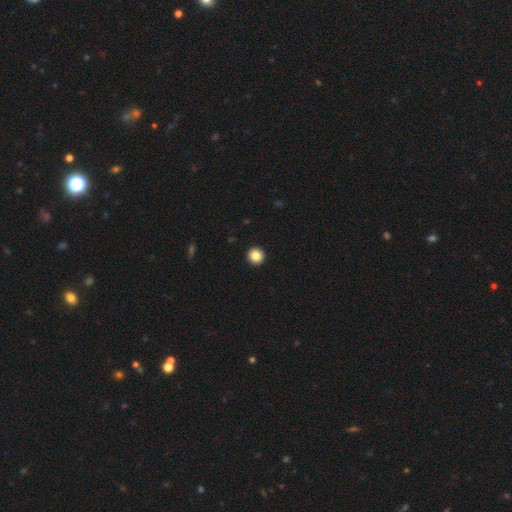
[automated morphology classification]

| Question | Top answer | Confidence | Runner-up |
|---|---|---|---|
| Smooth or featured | smooth | 86% | star or artifact (10%) |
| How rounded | round | 96% | in between (4%) |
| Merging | none | 94% | minor disturbance (4%) |